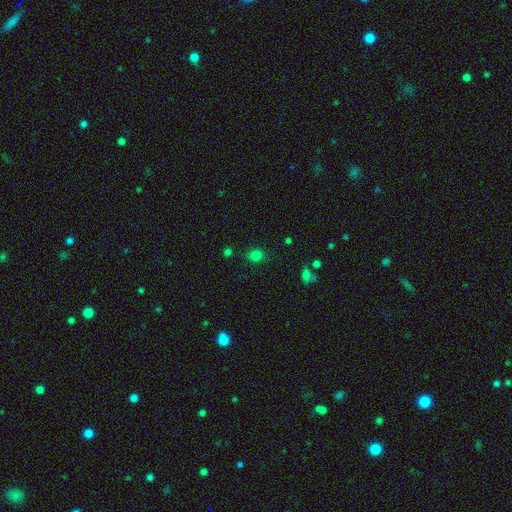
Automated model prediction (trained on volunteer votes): The model was most divided on "how rounded": round: 77%, in between: 22%, cigar-shaped: 1%. More confident: merging — none (85%); smooth or featured — smooth (79%).